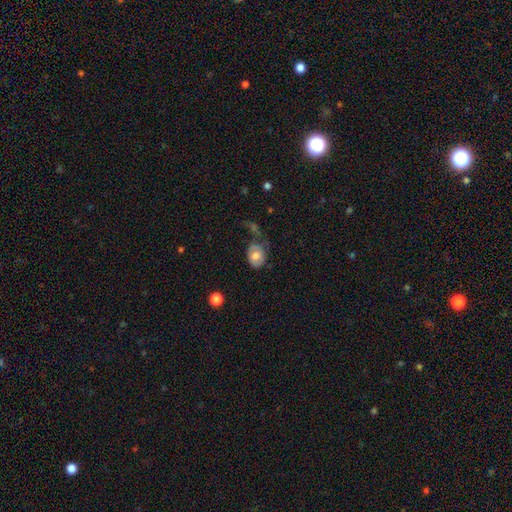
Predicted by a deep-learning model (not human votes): Smooth or featured? Predicted: smooth (p=0.65). How rounded? Predicted: in between (p=0.65). Merging? Predicted: none (p=0.40).